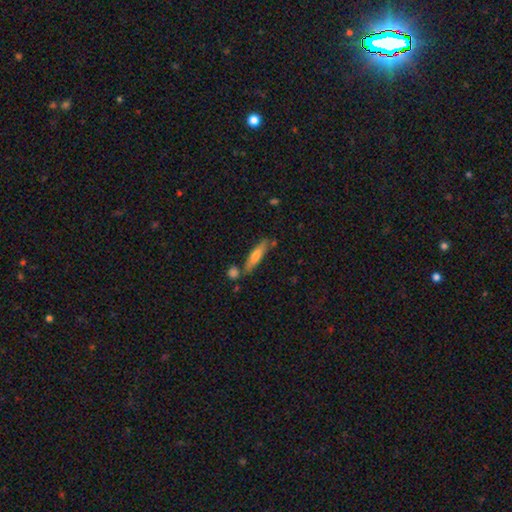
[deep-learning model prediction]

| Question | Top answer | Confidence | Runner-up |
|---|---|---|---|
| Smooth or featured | smooth | 56% | featured or disk (38%) |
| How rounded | cigar-shaped | 81% | in between (17%) |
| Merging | none | 73% | minor disturbance (13%) |